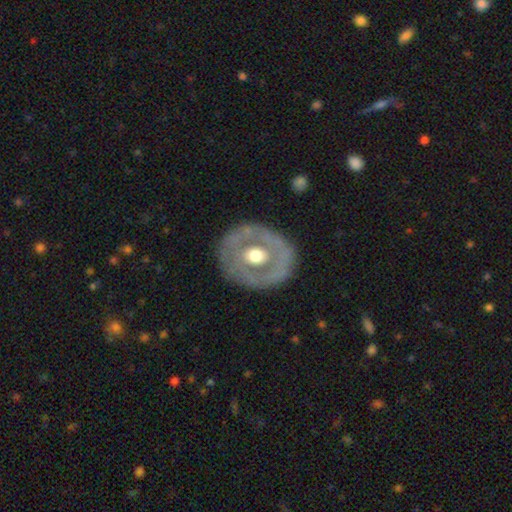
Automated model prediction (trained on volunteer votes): The model was most divided on "smooth or featured": featured or disk: 65%, smooth: 30%, star or artifact: 5%. More confident: edge-on disk — no (95%); merging — none (79%); spiral arms — no (78%); bar — no (76%); bulge size — moderate (67%).